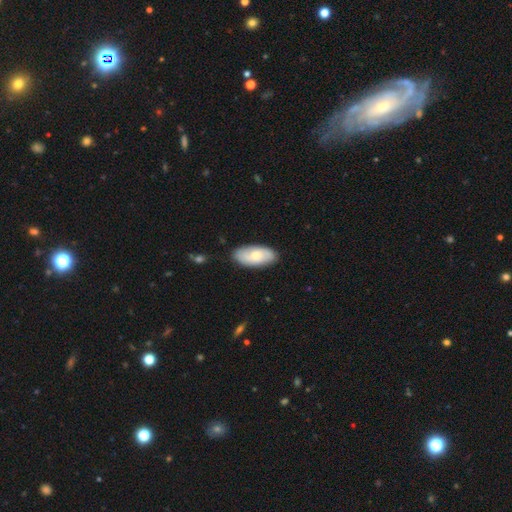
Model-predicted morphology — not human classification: smooth-or-featured: smooth: 57% | featured or disk: 37% | star or artifact: 5%
  how-rounded: in between: 91% | cigar-shaped: 6% | round: 3%
  merging: none: 84% | minor disturbance: 13% | major disturbance: 2% | merger: 1%